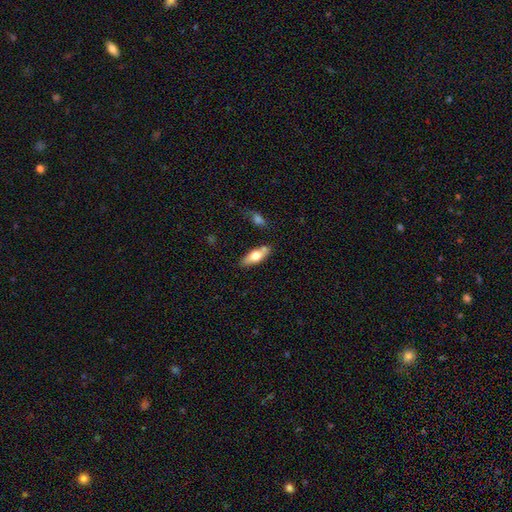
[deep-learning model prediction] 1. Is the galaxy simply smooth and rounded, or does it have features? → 65% smooth, 29% featured or disk, 6% star or artifact.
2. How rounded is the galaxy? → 69% in between, 28% cigar-shaped, 3% round.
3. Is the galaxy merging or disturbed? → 72% none, 15% minor disturbance, 10% merger, 3% major disturbance.